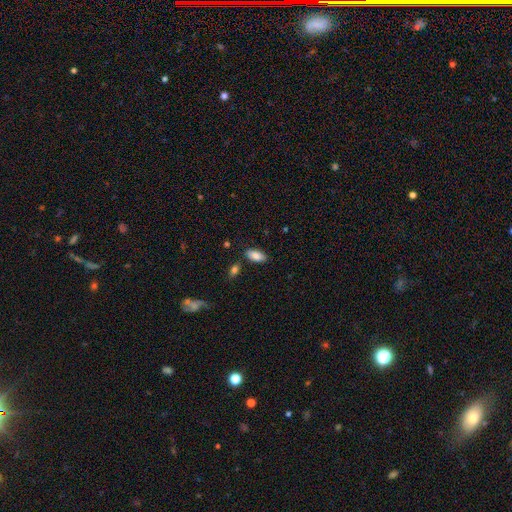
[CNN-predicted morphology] The model was most divided on "merging": none: 83%, minor disturbance: 11%, merger: 4%, major disturbance: 2%. More confident: how rounded — in between (93%); smooth or featured — smooth (85%).